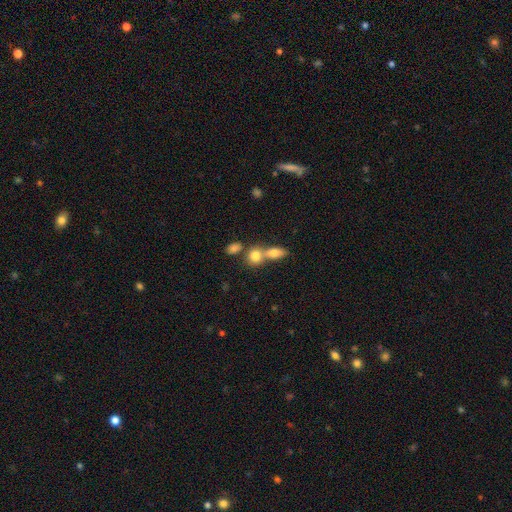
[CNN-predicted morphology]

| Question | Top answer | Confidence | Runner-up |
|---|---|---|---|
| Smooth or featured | smooth | 79% | featured or disk (11%) |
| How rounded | round | 50% | in between (46%) |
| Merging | merger | 55% | none (34%) |